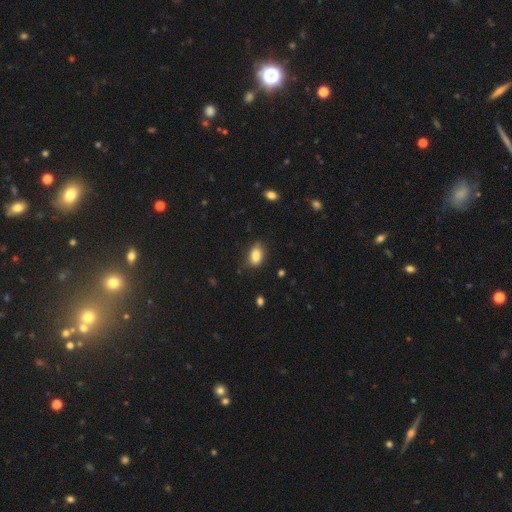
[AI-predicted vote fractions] Q: Smooth or featured?
A: smooth (86%); runner-up: star or artifact (8%)
Q: How rounded?
A: in between (89%); runner-up: round (9%)
Q: Merging?
A: none (78%); runner-up: minor disturbance (17%)